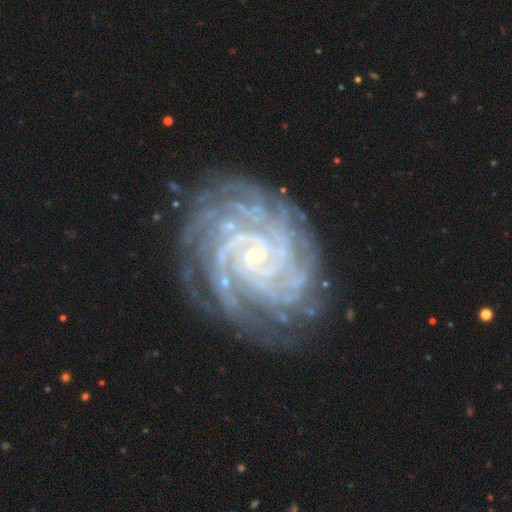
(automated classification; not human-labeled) Smooth or featured?
  - featured or disk: 92% *
  - star or artifact: 5%
  - smooth: 3%
Edge-on disk?
  - no: 98% *
  - yes: 2%
Bar?
  - no: 67% *
  - weak: 23%
  - strong: 10%
Spiral arms?
  - yes: 99% *
  - no: 1%
Spiral winding?
  - tight: 83% *
  - medium: 15%
  - loose: 2%
Spiral arm count?
  - more than 4: 34% *
  - 4: 22%
  - can't tell: 15%
  - 3: 11%
  - 2: 9%
  - 1: 8%
Bulge size?
  - small: 86% *
  - moderate: 10%
  - none: 2%
  - large: 1%
  - dominant: 1%
Merging?
  - none: 80% *
  - minor disturbance: 14%
  - major disturbance: 5%
  - merger: 2%